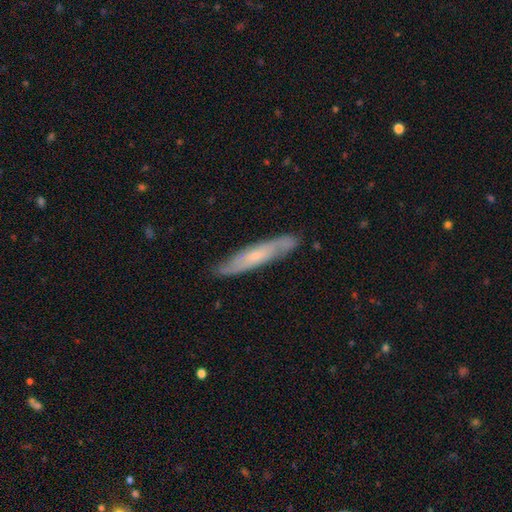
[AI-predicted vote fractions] A featured or disk galaxy (54%) viewed edge-on (57%). Merging: none (83%).